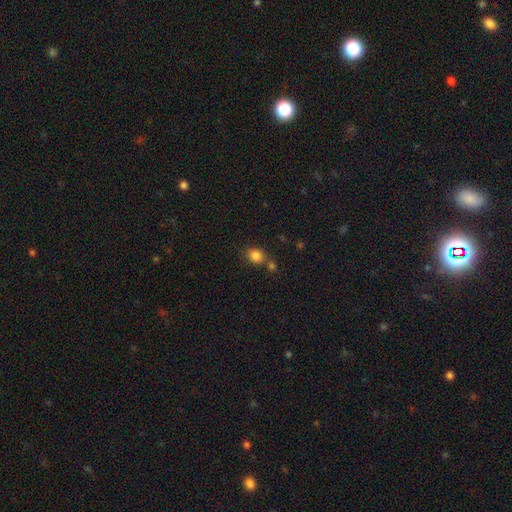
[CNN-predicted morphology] A smooth galaxy with no disk features (84%) that is round (61%).

Vote fractions:
- Smooth or featured? smooth: 84% / star or artifact: 11% / featured or disk: 5%
- How rounded? round: 61% / in between: 38% / cigar-shaped: 1%
- Merging? none: 63% / merger: 21% / minor disturbance: 12% / major disturbance: 4%